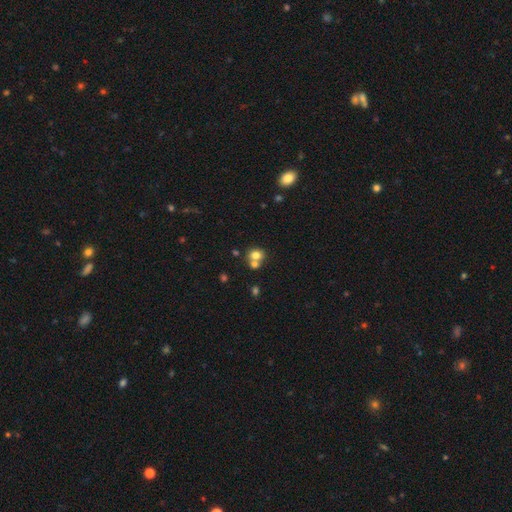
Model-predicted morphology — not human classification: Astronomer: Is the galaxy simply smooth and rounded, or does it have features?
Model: smooth — 74%.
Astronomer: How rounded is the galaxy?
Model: round — 68%.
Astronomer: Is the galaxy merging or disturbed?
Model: merger — 48% (runner-up: none, 41%).